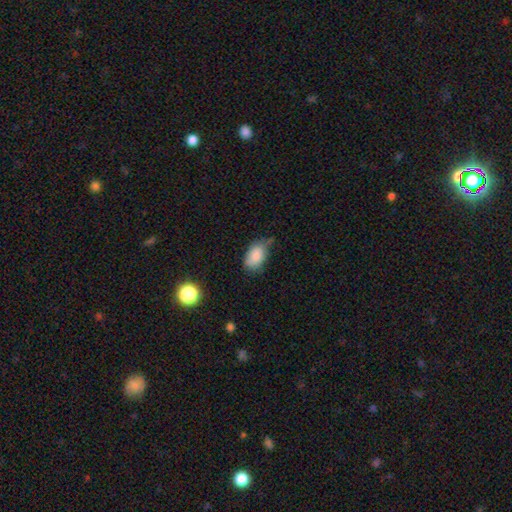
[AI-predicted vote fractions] This is clearly a smooth galaxy (85%). How rounded: clearly in between (91%). Merging: possibly none (52%).